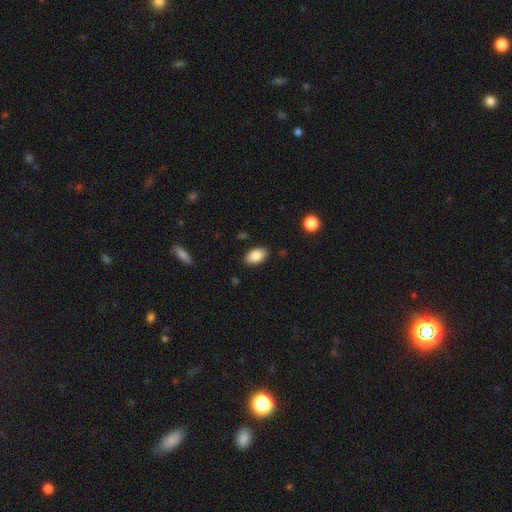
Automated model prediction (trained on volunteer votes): smooth 86%, star or artifact 7%, featured or disk 7%. Down the decision tree: how rounded — in between (91%); merging — none (87%).